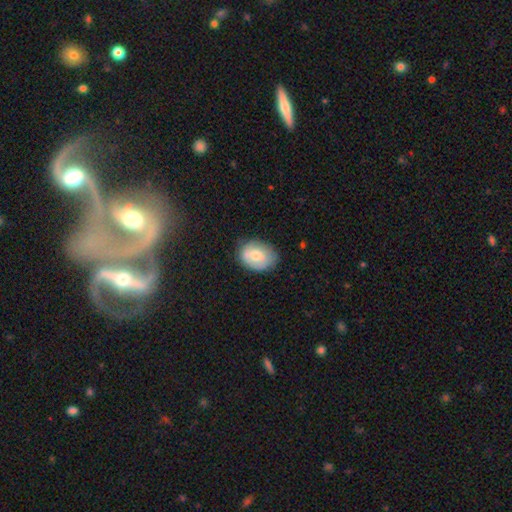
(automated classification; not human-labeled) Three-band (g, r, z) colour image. It shows a smooth galaxy with no disk features (64%) that is in between round and cigar-shaped (67%). Merging: none (71%).